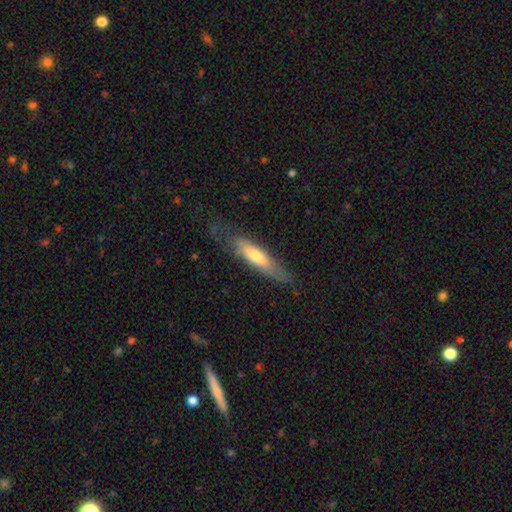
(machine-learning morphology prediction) A smooth galaxy with no disk features (58%) that is cigar-shaped (76%). Merging: none (67%).